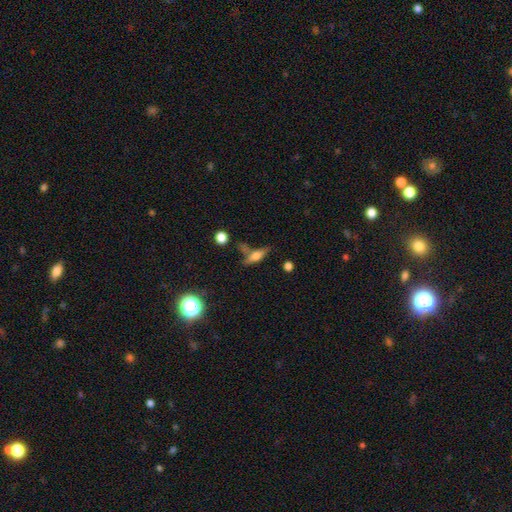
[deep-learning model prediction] This is possibly a smooth galaxy (48%). Merging: likely none (61%).